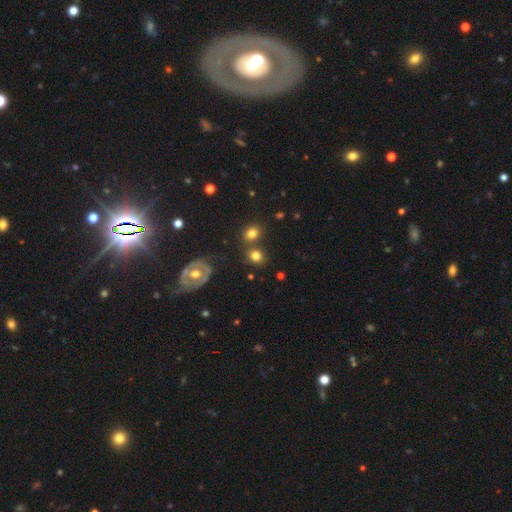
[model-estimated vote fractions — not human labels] Smooth or featured?
  - smooth: 76% *
  - featured or disk: 13%
  - star or artifact: 12%
How rounded?
  - round: 67% *
  - in between: 31%
  - cigar-shaped: 1%
Merging?
  - none: 68% *
  - merger: 16%
  - minor disturbance: 12%
  - major disturbance: 5%